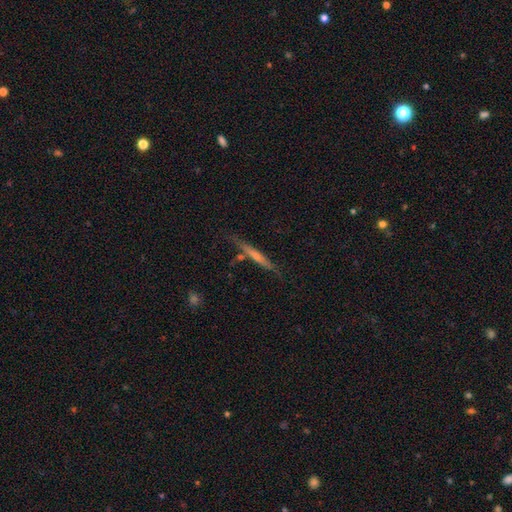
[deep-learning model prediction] The model was most divided on "edge-on bulge": rounded: 53%, none: 41%, boxy: 7%. More confident: edge-on disk — yes (96%); merging — none (79%); smooth or featured — featured or disk (65%).